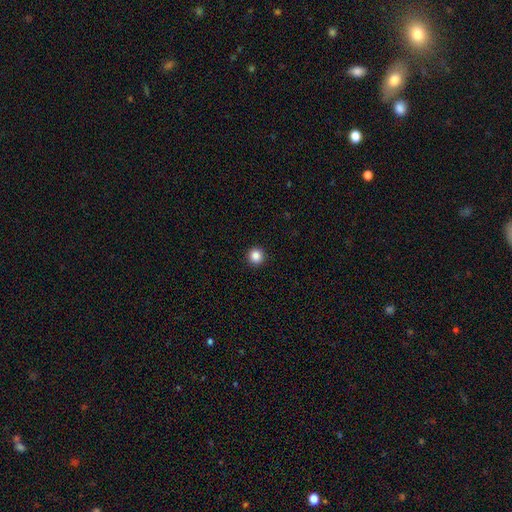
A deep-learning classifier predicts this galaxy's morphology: Smooth or featured? smooth (86%)
How rounded? round (96%)
Merging? none (94%)